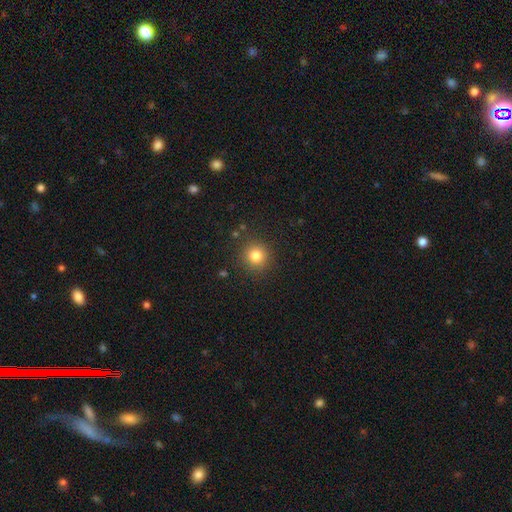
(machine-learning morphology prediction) A smooth galaxy with no disk features (81%) that is round (93%). Merging: none (88%).